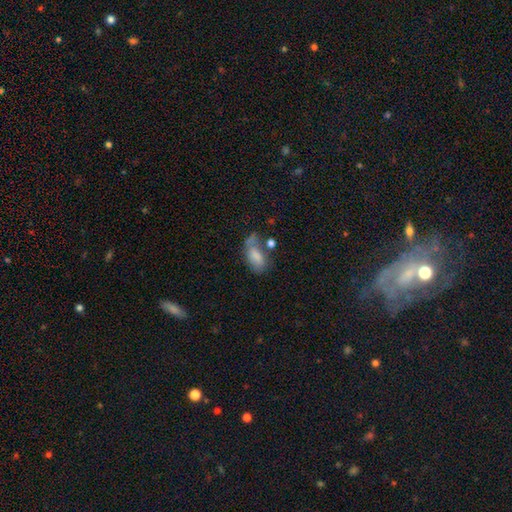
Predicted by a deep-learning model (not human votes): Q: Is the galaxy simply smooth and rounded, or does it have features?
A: smooth — 74%.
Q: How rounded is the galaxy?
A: in between — 89%.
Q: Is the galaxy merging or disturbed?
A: none — 37%.